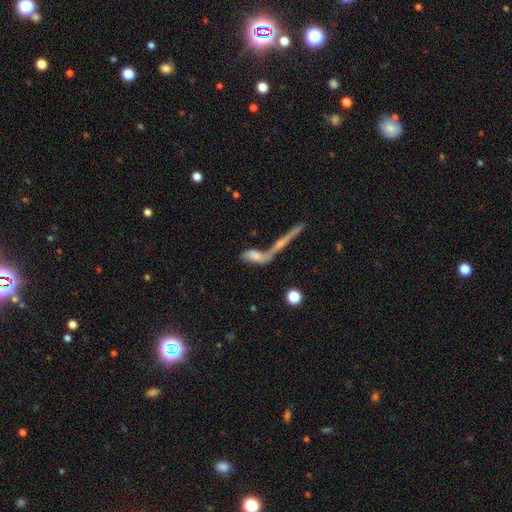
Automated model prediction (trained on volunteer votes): Overall: smooth (55%; featured or disk 35%). How rounded: in between (64%; cigar-shaped 31%). Merging: merger (60%; none 22%).